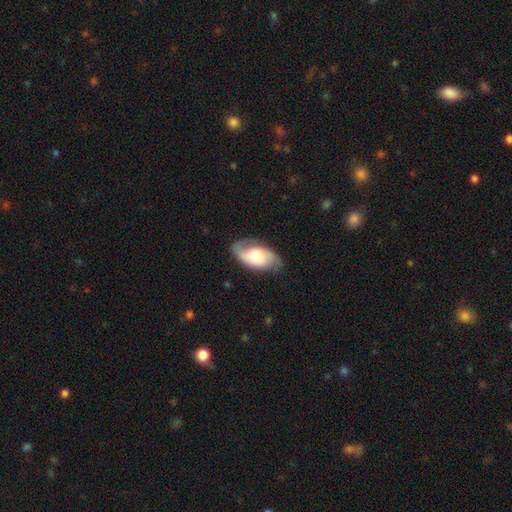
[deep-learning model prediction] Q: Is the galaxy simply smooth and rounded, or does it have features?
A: featured or disk — 69%.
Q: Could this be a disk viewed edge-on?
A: no — 95%.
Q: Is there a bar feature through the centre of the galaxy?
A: no — 60%.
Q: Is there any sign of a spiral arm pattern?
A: yes — 91%.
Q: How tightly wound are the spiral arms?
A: medium — 42%.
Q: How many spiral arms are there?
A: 2 — 86%.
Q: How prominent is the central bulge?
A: moderate — 49%.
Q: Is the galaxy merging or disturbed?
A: none — 73%.